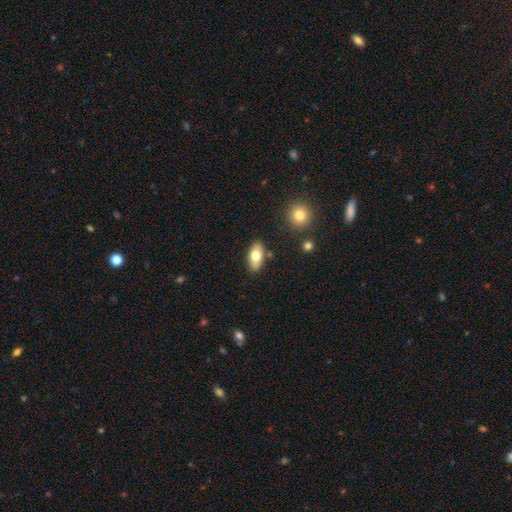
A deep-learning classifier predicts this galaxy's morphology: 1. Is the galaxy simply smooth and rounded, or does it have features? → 72% smooth, 21% featured or disk, 7% star or artifact.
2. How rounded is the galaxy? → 89% in between, 7% cigar-shaped, 4% round.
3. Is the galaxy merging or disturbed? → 84% none, 10% minor disturbance, 3% merger, 2% major disturbance.